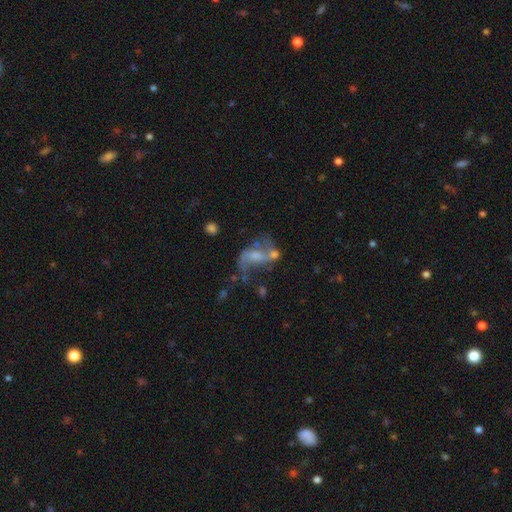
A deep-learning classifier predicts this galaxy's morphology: Smooth or featured? featured or disk (70%)
Edge-on disk? no (96%)
Bar? weak (42%)
Spiral arms? yes (78%)
Spiral winding? loose (72%)
Spiral arm count? 2 (84%)
Bulge size? moderate (34%)
Merging? none (38%)